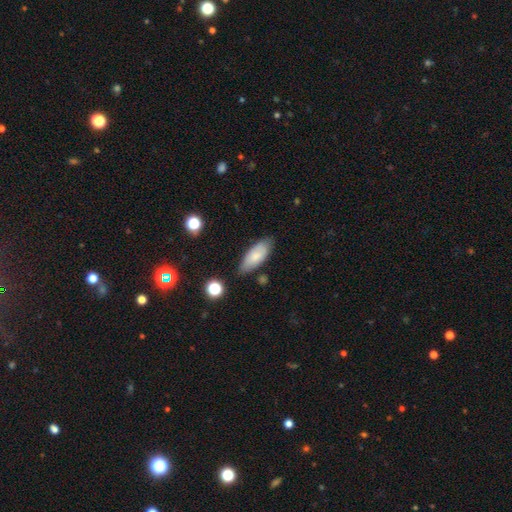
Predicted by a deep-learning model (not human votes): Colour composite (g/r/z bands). It shows a smooth galaxy with no disk features (75%) that is in between round and cigar-shaped (82%). Merging: none (75%).